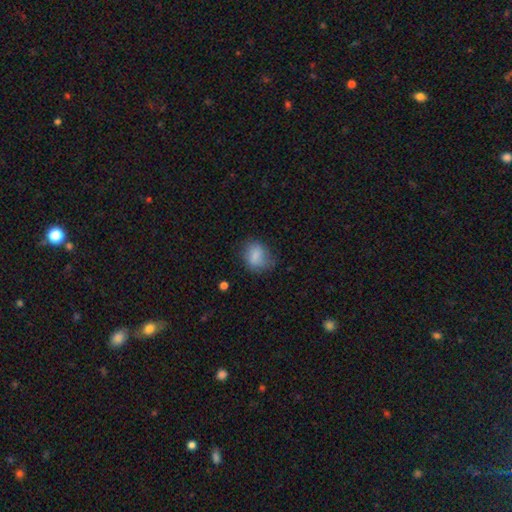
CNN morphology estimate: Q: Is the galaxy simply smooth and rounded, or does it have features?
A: smooth — 80%.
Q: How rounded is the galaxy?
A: in between — 53%.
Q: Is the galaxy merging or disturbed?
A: none — 61%.